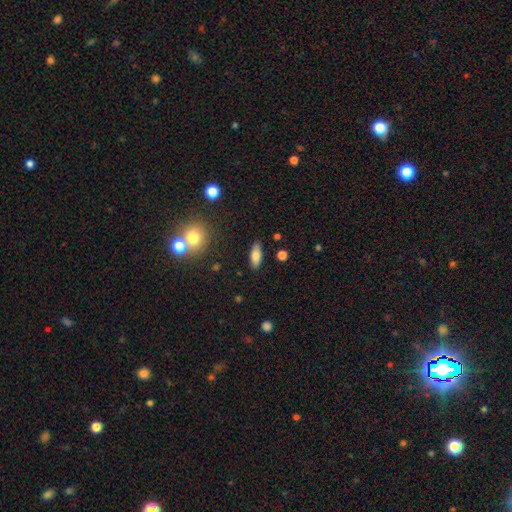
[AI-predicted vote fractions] smooth_or_featured: smooth (p=0.78) [alt: featured or disk p=0.13]
how_rounded: in between (p=0.77) [alt: cigar-shaped p=0.20]
merging: none (p=0.86) [alt: minor disturbance p=0.10]